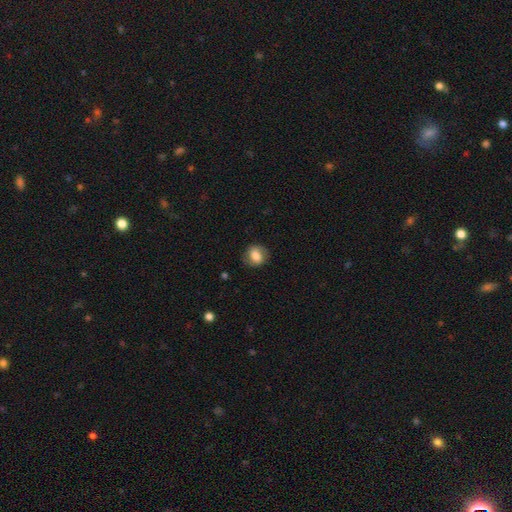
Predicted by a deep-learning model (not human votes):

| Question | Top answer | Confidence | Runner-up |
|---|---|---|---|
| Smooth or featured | smooth | 75% | featured or disk (16%) |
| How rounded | round | 51% | in between (47%) |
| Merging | none | 79% | minor disturbance (15%) |